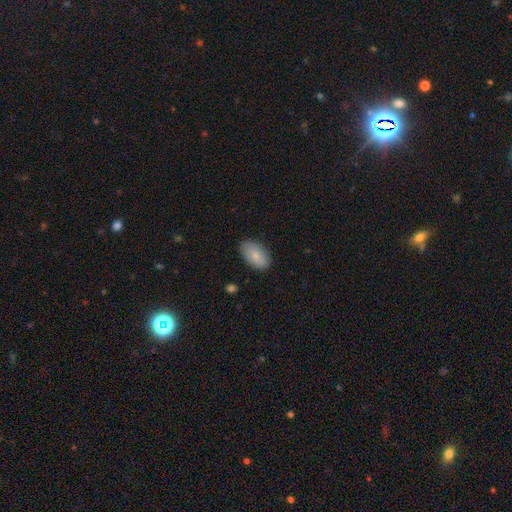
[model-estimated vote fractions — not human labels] A smooth galaxy with no disk features (81%) that is in between round and cigar-shaped (94%). Merging: none (85%).